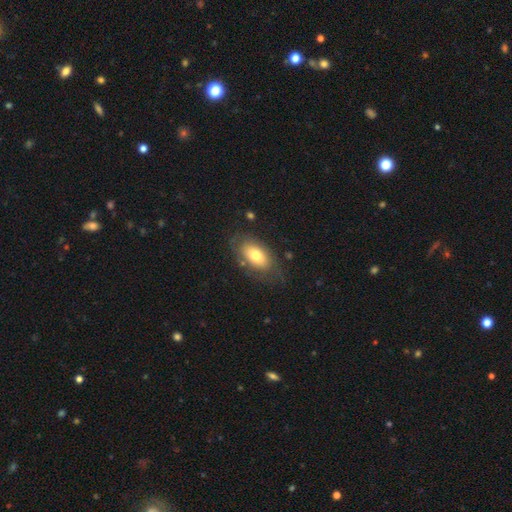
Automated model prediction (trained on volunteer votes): This appears to be a smooth galaxy with no disk features (69%) that is in between round and cigar-shaped (92%). Merging: none (71%).